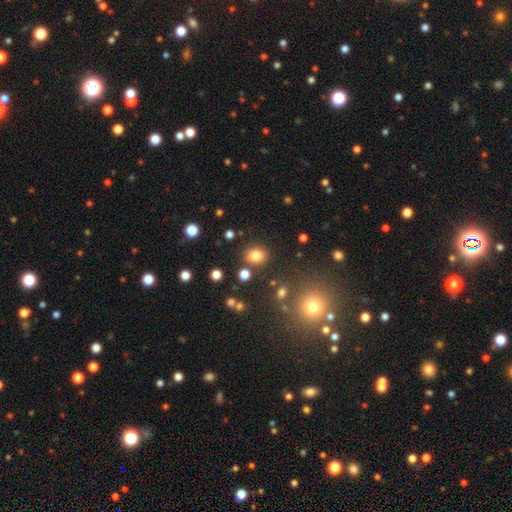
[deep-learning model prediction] Smooth or featured: smooth — 80% (star or artifact — 13%)
How rounded: round — 57% (in between — 42%)
Merging: none — 81% (minor disturbance — 10%)